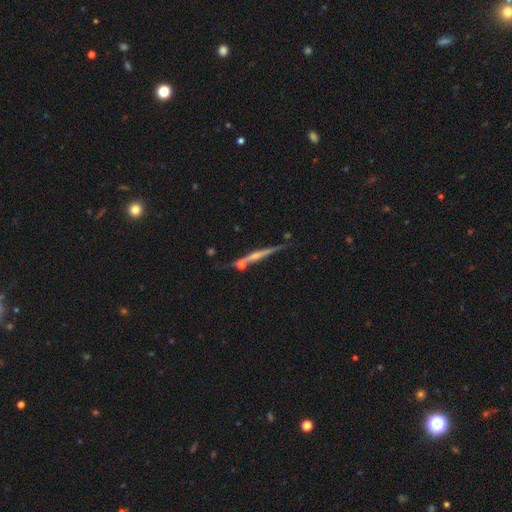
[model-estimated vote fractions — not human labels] smooth_or_featured: featured or disk (p=0.66) [alt: smooth p=0.26]
disk_edge_on: yes (p=0.96) [alt: no p=0.04]
edge_on_bulge: rounded (p=0.49) [alt: none p=0.38]
merging: none (p=0.68) [alt: minor disturbance p=0.15]